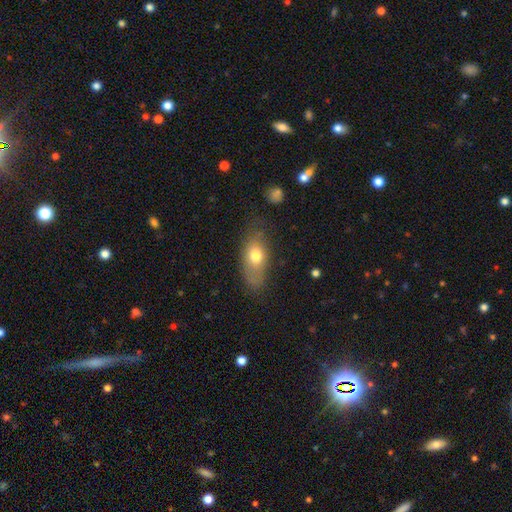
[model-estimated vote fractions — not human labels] Smooth or featured? smooth (70%)
How rounded? in between (81%)
Merging? none (65%)